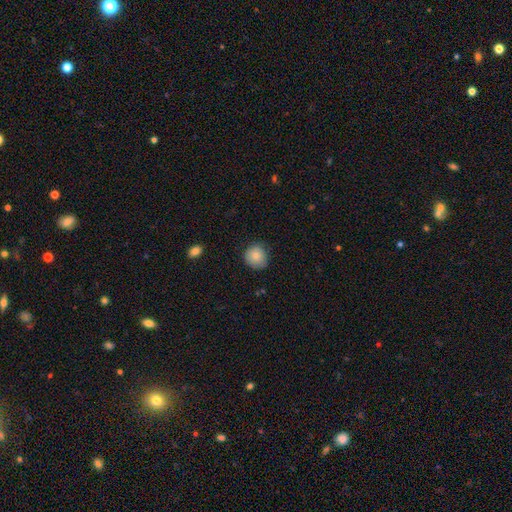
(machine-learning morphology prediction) Overall: smooth (81%). How rounded: round (89%). Merging: none (78%).